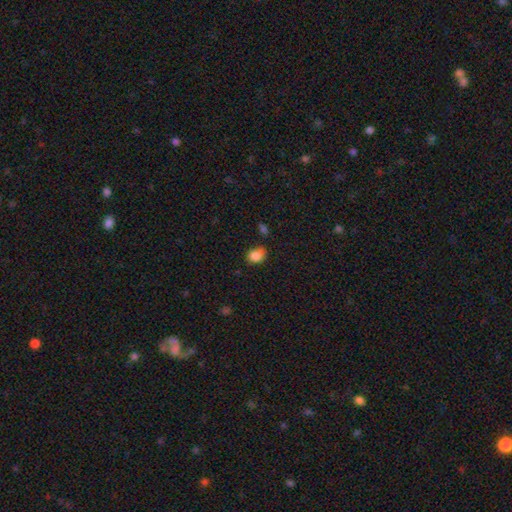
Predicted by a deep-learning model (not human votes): Q: Smooth or featured?
A: smooth (86%); runner-up: star or artifact (9%)
Q: How rounded?
A: in between (57%); runner-up: round (42%)
Q: Merging?
A: none (58%); runner-up: minor disturbance (29%)